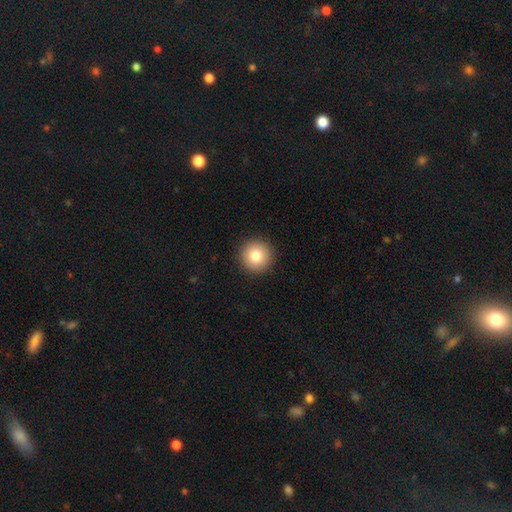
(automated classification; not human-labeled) Smooth or featured? Predicted: smooth (p=0.83). How rounded? Predicted: round (p=0.96). Merging? Predicted: none (p=0.93).